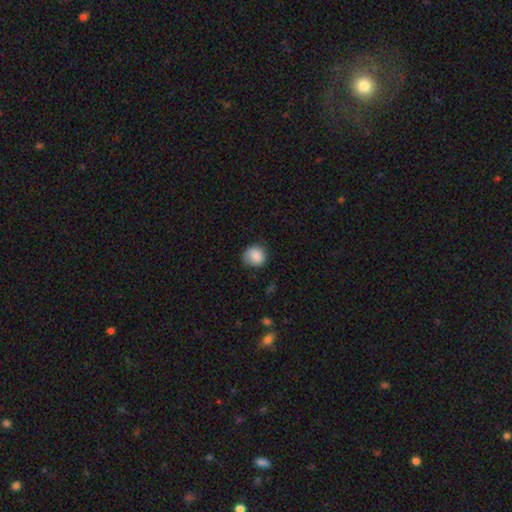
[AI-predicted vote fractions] A smooth galaxy with no disk features (85%) that is round (82%). Merging: none (68%).